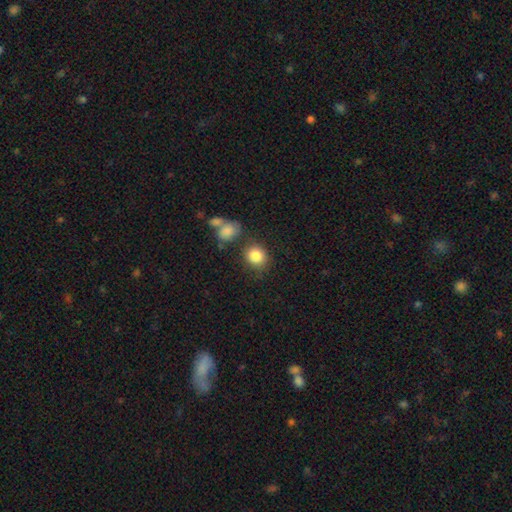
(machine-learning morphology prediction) Q: Smooth or featured?
A: smooth (85%); runner-up: star or artifact (9%)
Q: How rounded?
A: round (76%); runner-up: in between (23%)
Q: Merging?
A: none (74%); runner-up: minor disturbance (12%)